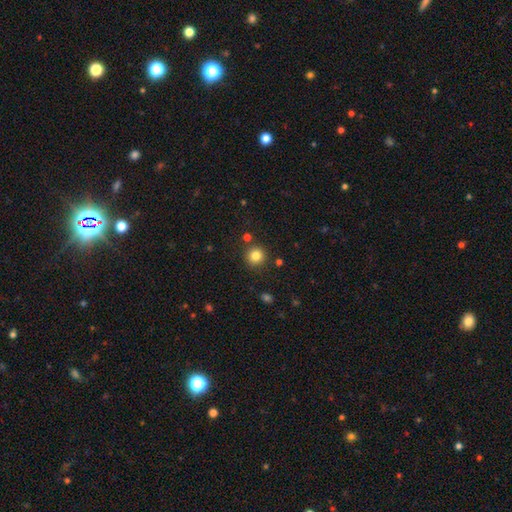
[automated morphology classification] Q: Smooth or featured?
A: smooth (82%); runner-up: star or artifact (12%)
Q: How rounded?
A: round (94%); runner-up: in between (5%)
Q: Merging?
A: none (87%); runner-up: minor disturbance (7%)